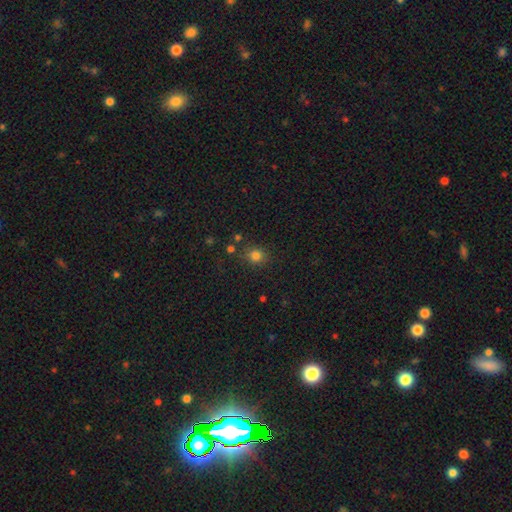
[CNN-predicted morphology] A smooth galaxy with no disk features (78%) that is round (78%).

Vote fractions:
- Smooth or featured? smooth: 78% / star or artifact: 16% / featured or disk: 6%
- How rounded? round: 78% / in between: 21% / cigar-shaped: 1%
- Merging? none: 80% / minor disturbance: 11% / merger: 5% / major disturbance: 4%